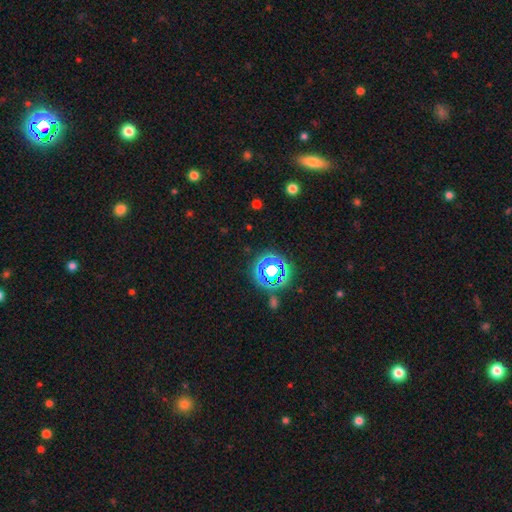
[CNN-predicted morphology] A star or artifact, not a galaxy (70%).

Vote fractions:
- Smooth or featured? star or artifact: 70% / smooth: 22% / featured or disk: 8%